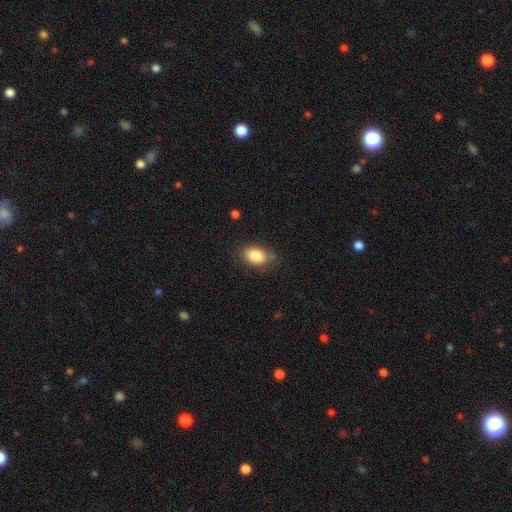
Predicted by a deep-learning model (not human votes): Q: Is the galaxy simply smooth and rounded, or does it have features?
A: smooth — 85%.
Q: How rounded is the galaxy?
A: in between — 83%.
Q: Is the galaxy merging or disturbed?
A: none — 75%.